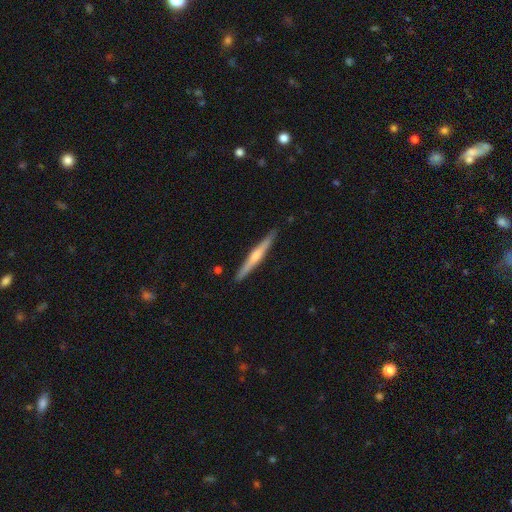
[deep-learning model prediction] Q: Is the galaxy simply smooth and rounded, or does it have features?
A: featured or disk — 69%.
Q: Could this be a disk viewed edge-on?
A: yes — 98%.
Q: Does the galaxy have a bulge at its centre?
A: rounded — 80%.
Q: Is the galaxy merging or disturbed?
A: none — 91%.